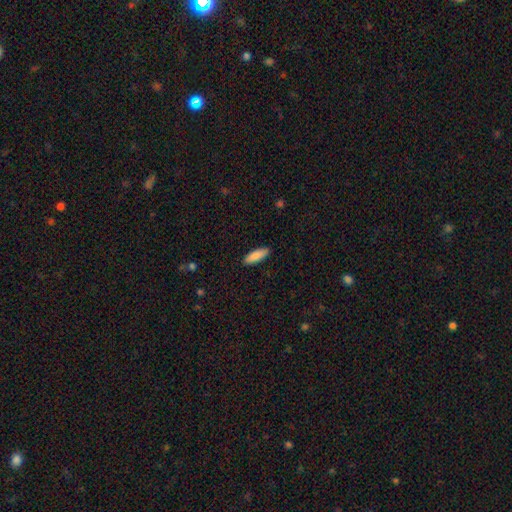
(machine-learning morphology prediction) type=smooth (87%); roundness=cigar-shaped (50%); merging=none (90%).